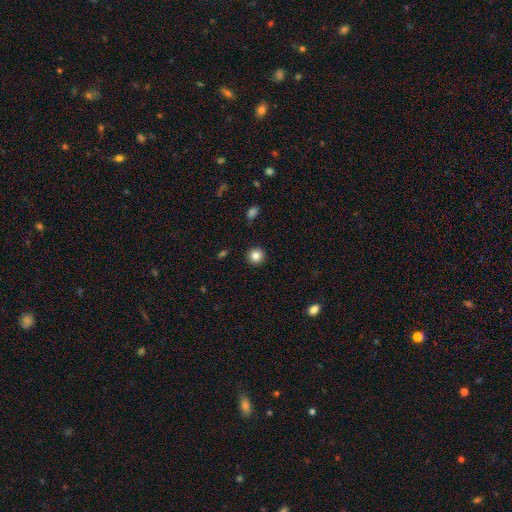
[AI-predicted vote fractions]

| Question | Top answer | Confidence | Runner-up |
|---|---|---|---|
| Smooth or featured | smooth | 84% | star or artifact (10%) |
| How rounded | round | 93% | in between (6%) |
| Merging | none | 92% | minor disturbance (5%) |